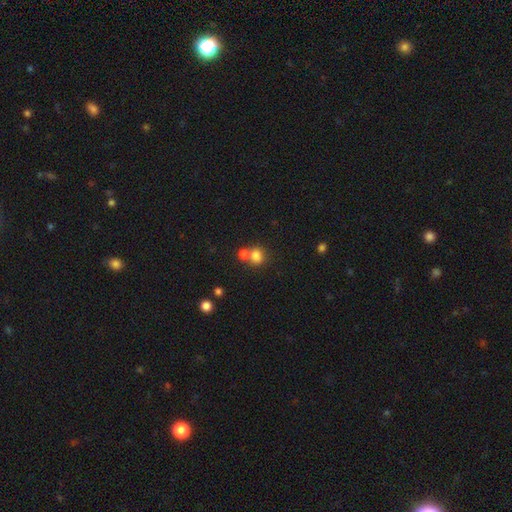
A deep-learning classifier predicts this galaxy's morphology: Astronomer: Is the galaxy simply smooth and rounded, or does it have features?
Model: smooth — 79%.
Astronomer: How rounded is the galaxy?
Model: round — 75%.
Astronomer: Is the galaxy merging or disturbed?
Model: none — 49% (runner-up: merger, 39%).